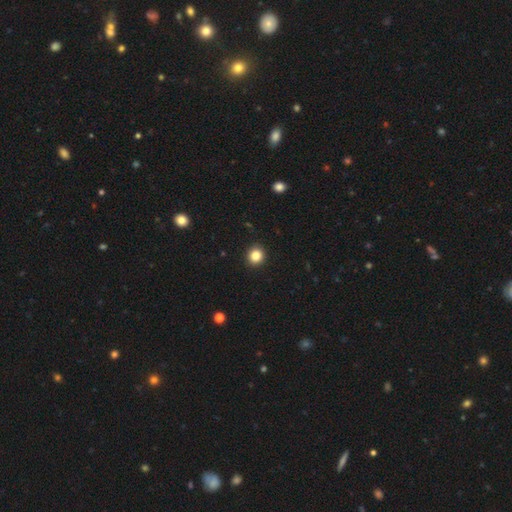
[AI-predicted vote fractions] Q: Smooth or featured?
A: smooth (85%); runner-up: star or artifact (11%)
Q: How rounded?
A: round (87%); runner-up: in between (12%)
Q: Merging?
A: none (93%); runner-up: minor disturbance (5%)